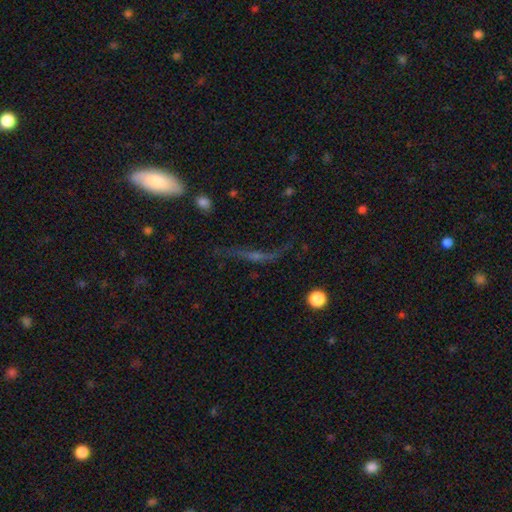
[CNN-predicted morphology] A featured or disk galaxy (60%). Merging: none (53%).